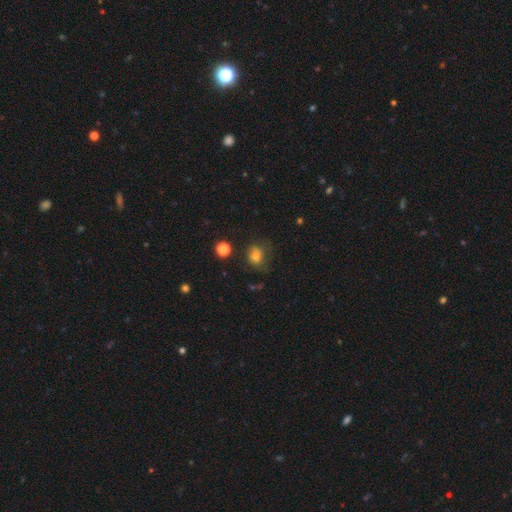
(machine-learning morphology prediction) The model was most divided on "how rounded": round: 54%, in between: 44%, cigar-shaped: 1%. More confident: smooth or featured — smooth (73%); merging — none (57%).